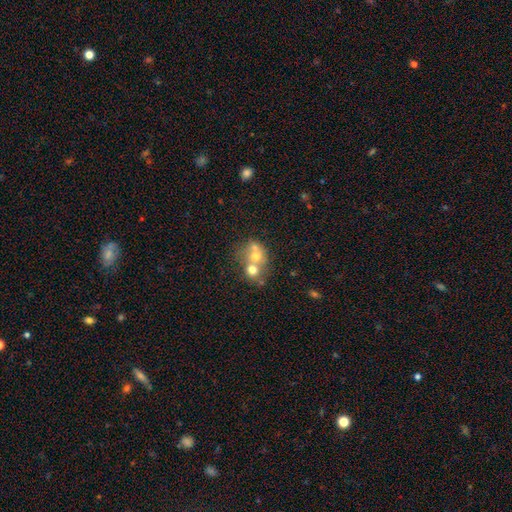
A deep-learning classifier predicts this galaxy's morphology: Overall: smooth (61%; featured or disk 26%). How rounded: round (68%; in between 31%). Merging: merger (66%).